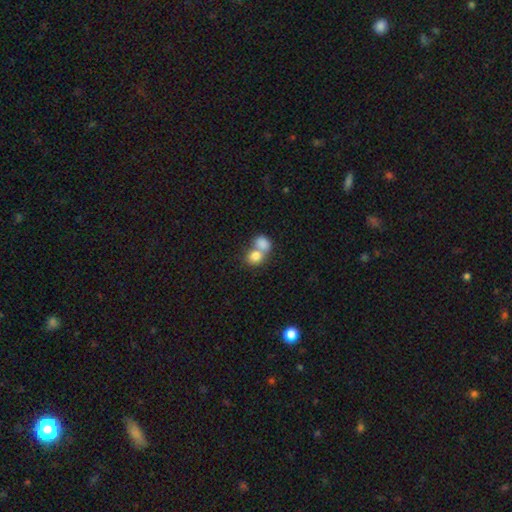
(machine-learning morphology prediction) Smooth or featured? smooth (80%)
How rounded? round (62%)
Merging? merger (64%)